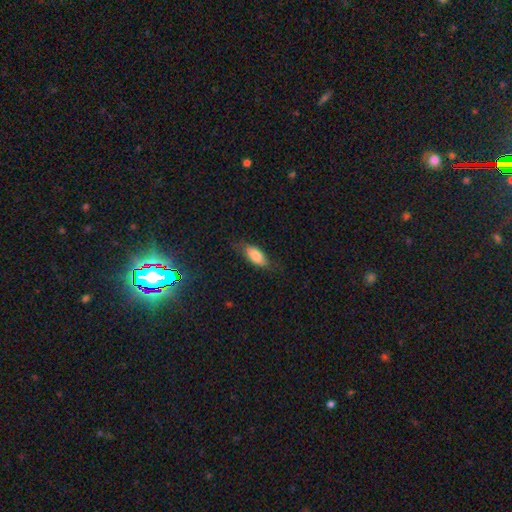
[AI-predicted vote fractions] This is likely a smooth galaxy (77%). How rounded: clearly in between (83%). Merging: likely none (70%).